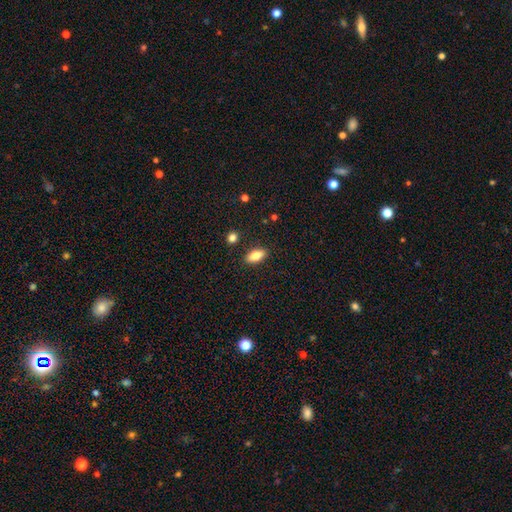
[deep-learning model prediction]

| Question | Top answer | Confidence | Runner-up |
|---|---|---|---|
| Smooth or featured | smooth | 79% | featured or disk (13%) |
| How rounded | in between | 86% | cigar-shaped (11%) |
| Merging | none | 87% | minor disturbance (9%) |